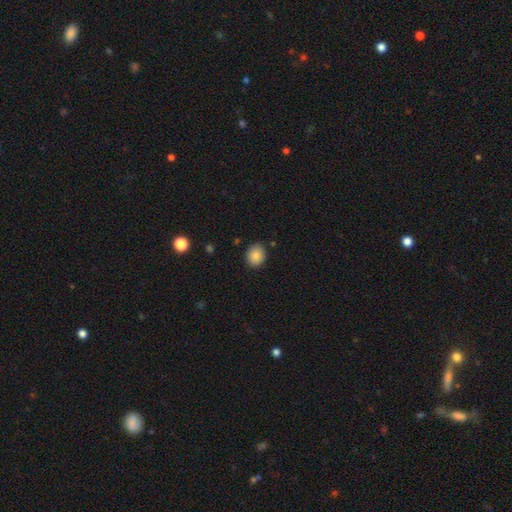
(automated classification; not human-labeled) This appears to be a smooth galaxy with no disk features (85%) that is round (62%). Merging: none (86%).